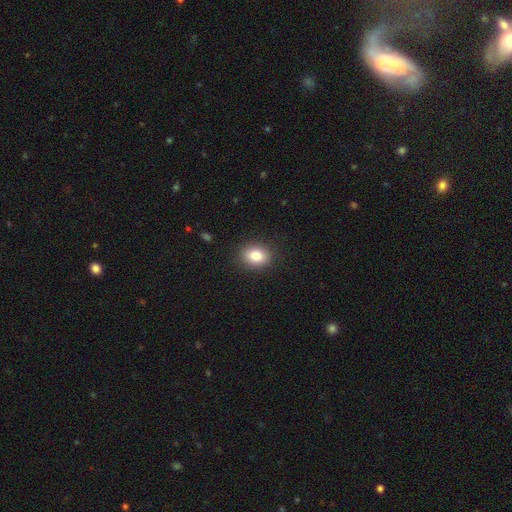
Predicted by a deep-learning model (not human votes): Morphology: type=smooth (83%); roundness=in between (53%); merging=none (89%).